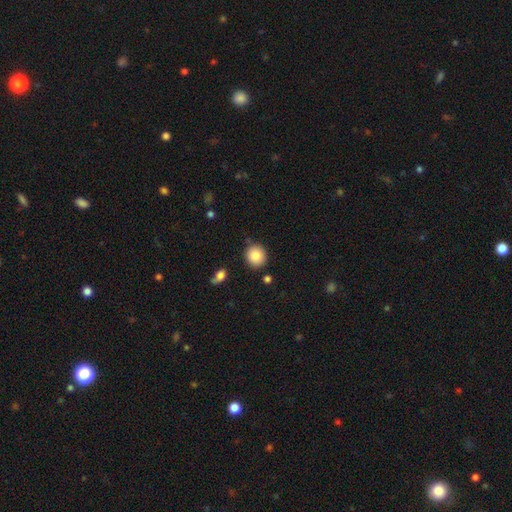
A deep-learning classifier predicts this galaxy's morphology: Smooth or featured? smooth (84%)
How rounded? round (88%)
Merging? none (86%)